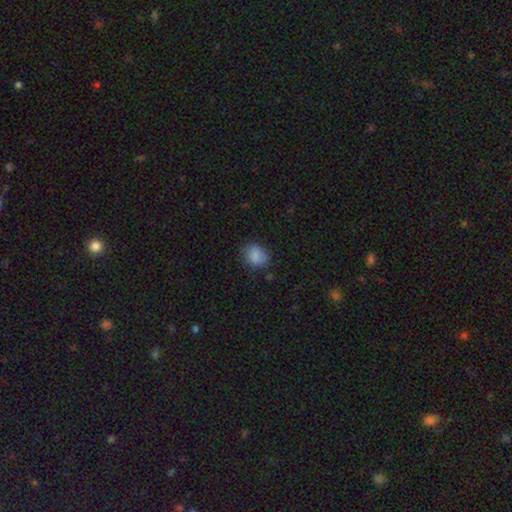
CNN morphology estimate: smooth 85%, star or artifact 9%, featured or disk 7%. Down the decision tree: how rounded — round (57%); merging — none (75%).